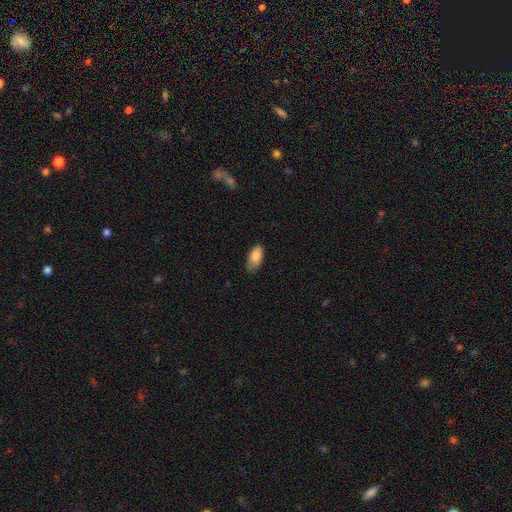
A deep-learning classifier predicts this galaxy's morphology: type=smooth (83%); roundness=in between (92%); merging=none (65%).